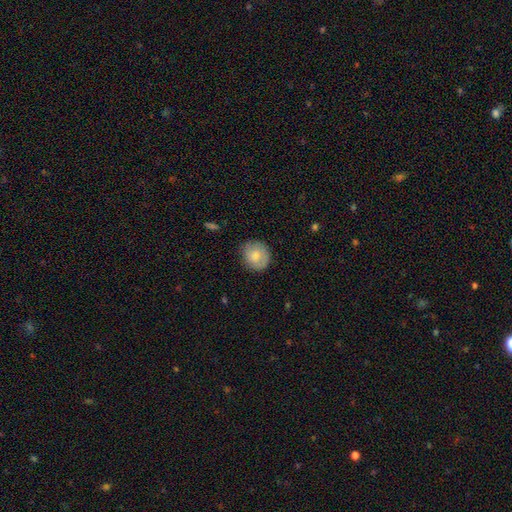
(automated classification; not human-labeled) smooth_or_featured: smooth (p=0.69) [alt: featured or disk p=0.24]
how_rounded: round (p=0.82) [alt: in between p=0.17]
merging: none (p=0.79) [alt: minor disturbance p=0.16]